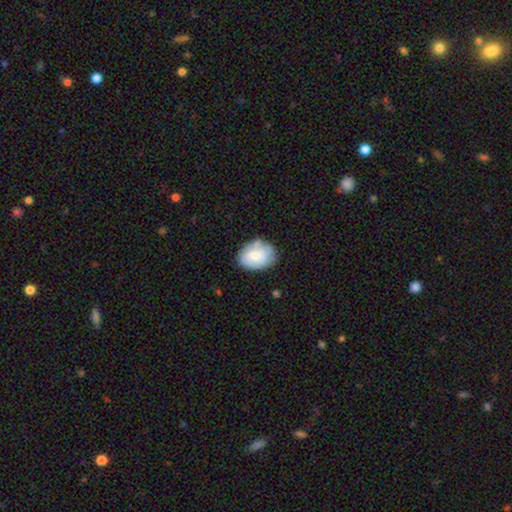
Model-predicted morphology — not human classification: This appears to be a smooth galaxy with no disk features (71%) that is in between round and cigar-shaped (75%). Merging: none (67%).